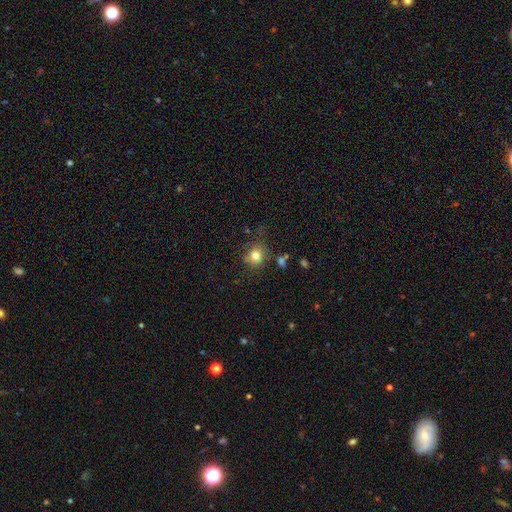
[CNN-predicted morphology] Smooth or featured?
  - smooth: 80% *
  - star or artifact: 12%
  - featured or disk: 8%
How rounded?
  - round: 84% *
  - in between: 15%
  - cigar-shaped: 1%
Merging?
  - none: 73% *
  - minor disturbance: 16%
  - merger: 6%
  - major disturbance: 5%